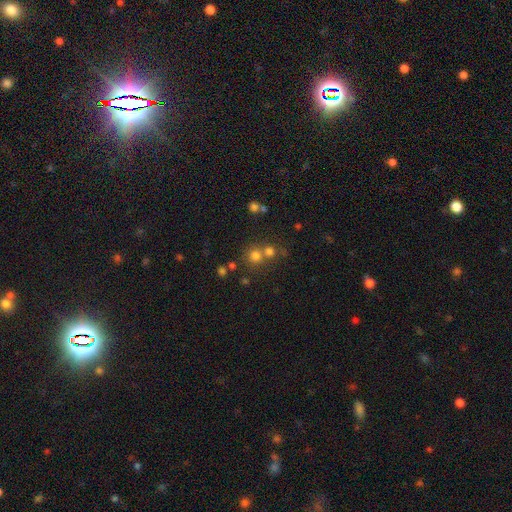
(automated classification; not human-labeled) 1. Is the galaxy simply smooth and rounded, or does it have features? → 71% smooth, 20% star or artifact, 10% featured or disk.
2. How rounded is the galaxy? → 89% round, 10% in between, 1% cigar-shaped.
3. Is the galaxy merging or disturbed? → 55% none, 36% merger, 6% minor disturbance, 3% major disturbance.